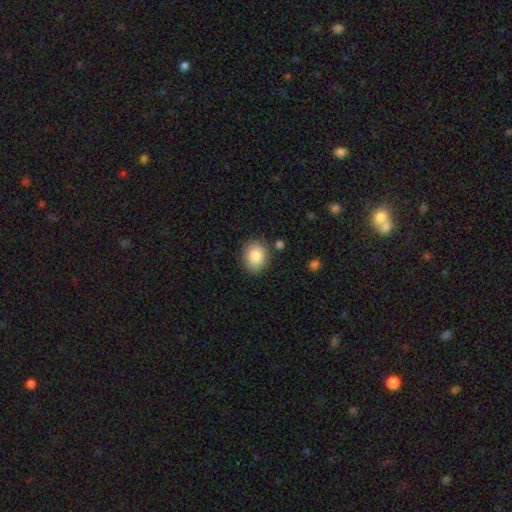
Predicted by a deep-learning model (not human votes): Overall: smooth (86%). How rounded: in between (54%; round 45%). Merging: none (82%).